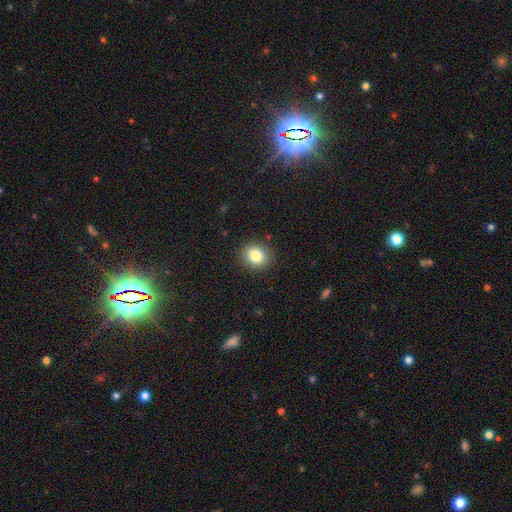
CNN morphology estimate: type=smooth (84%); roundness=round (75%); merging=none (88%).